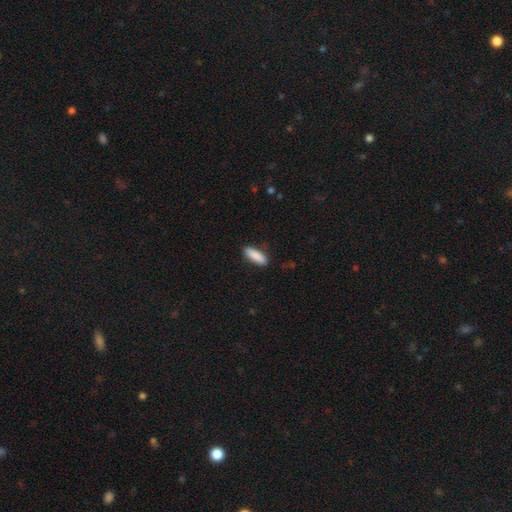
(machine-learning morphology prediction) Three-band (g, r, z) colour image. It shows a smooth galaxy with no disk features (89%) that is in between round and cigar-shaped (52%). Merging: none (86%).